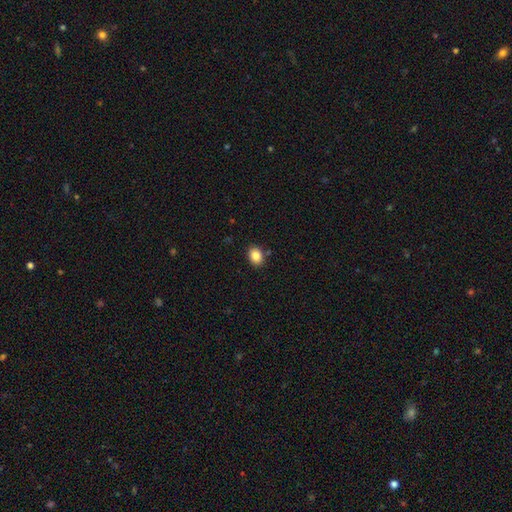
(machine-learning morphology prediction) smooth 85%, star or artifact 9%, featured or disk 6%. Down the decision tree: how rounded — in between (63%); merging — none (86%).